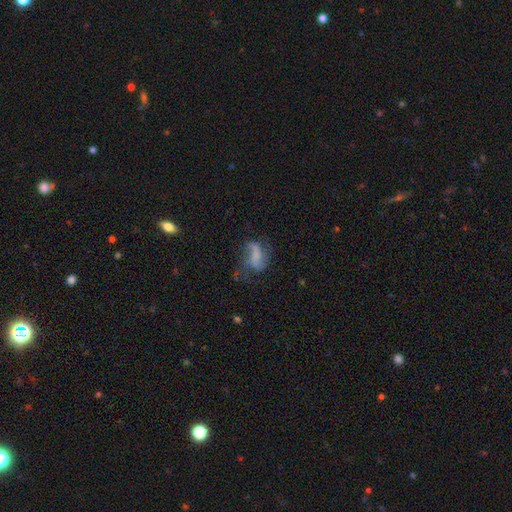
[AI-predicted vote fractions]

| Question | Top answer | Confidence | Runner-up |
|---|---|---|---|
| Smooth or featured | featured or disk | 54% | smooth (34%) |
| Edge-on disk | no | 97% | yes (3%) |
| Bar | no | 57% | weak (32%) |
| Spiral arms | yes | 65% | no (35%) |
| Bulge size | none | 59% | small (21%) |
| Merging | major disturbance | 40% | none (34%) |